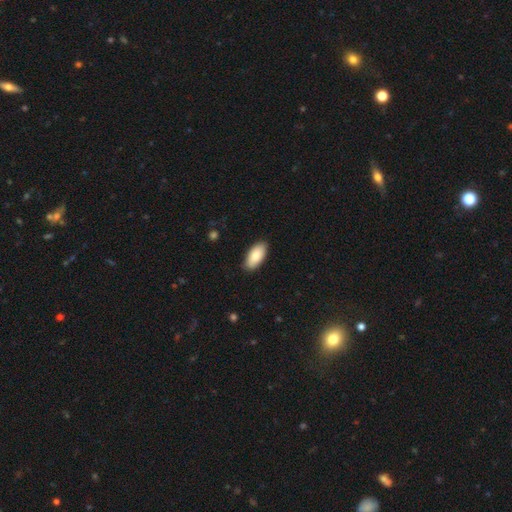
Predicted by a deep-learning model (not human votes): This is clearly a smooth galaxy (86%). How rounded: clearly in between (92%). Merging: clearly none (86%).